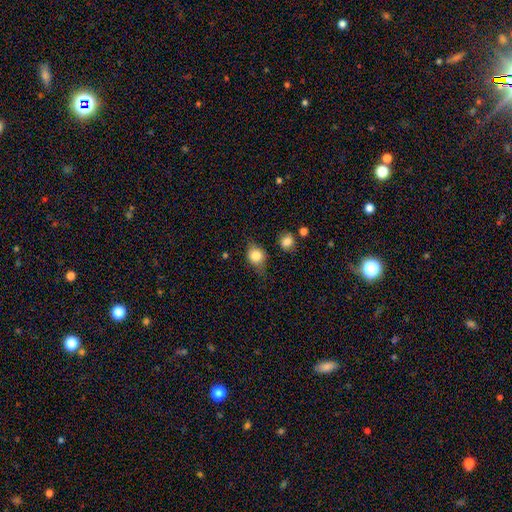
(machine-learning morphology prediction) smooth 78%, featured or disk 12%, star or artifact 9%. Down the decision tree: how rounded — round (60%); merging — none (58%).